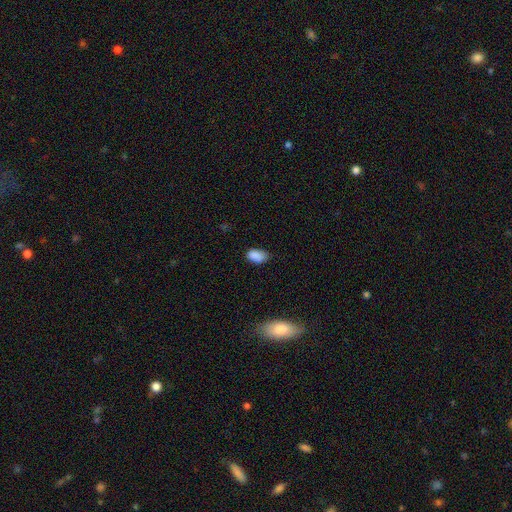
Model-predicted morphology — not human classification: This appears to be a smooth galaxy with no disk features (87%) that is in between round and cigar-shaped (92%). Merging: none (68%).